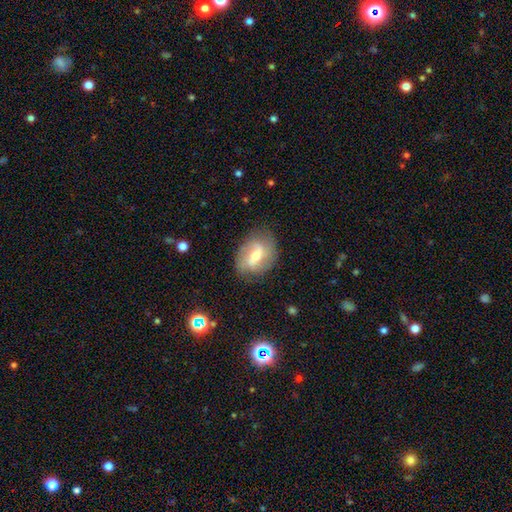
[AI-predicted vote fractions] smooth-or-featured: featured or disk: 67% | smooth: 26% | star or artifact: 7%
  disk-edge-on: no: 95% | yes: 5%
    bar: weak: 48% | strong: 31% | no: 22%
    has-spiral-arms: yes: 82% | no: 18%
      spiral-winding: loose: 45% | medium: 37% | tight: 18%
      spiral-arm-count: 2: 76% | can't tell: 12% | 3: 4% | 1: 4% | 4: 2% | more than 4: 1%
    bulge-size: moderate: 54% | small: 41% | large: 3% | none: 1% | dominant: 1%
  merging: none: 76% | minor disturbance: 16% | major disturbance: 6% | merger: 1%